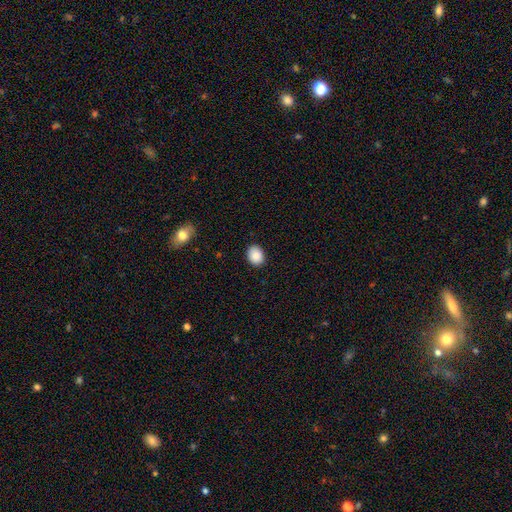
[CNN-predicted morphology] Smooth or featured?
  - smooth: 89% *
  - star or artifact: 8%
  - featured or disk: 3%
How rounded?
  - in between: 53% *
  - round: 46%
  - cigar-shaped: 1%
Merging?
  - none: 89% *
  - minor disturbance: 8%
  - major disturbance: 2%
  - merger: 1%